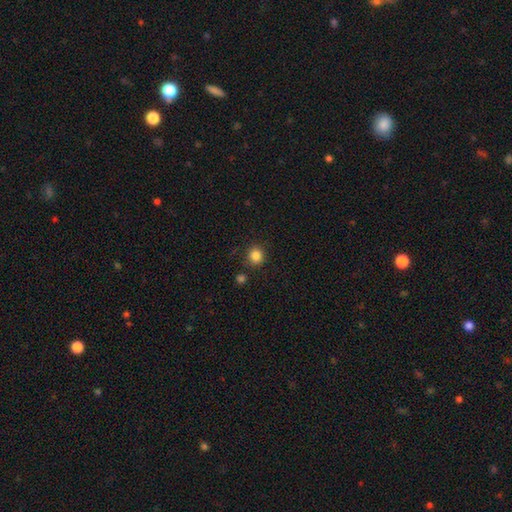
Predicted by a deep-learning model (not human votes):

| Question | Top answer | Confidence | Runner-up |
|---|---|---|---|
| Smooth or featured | smooth | 85% | star or artifact (11%) |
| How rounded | round | 88% | in between (11%) |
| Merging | none | 85% | minor disturbance (8%) |